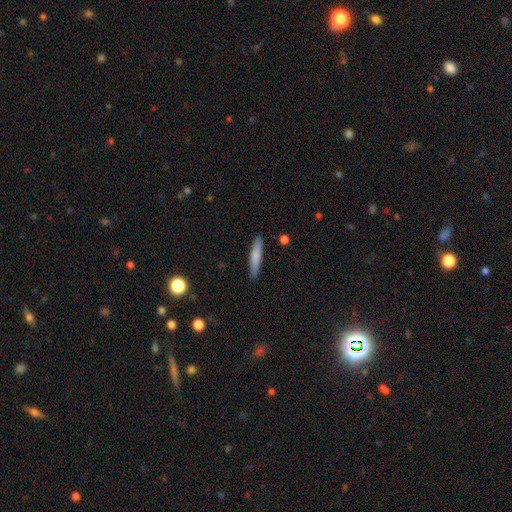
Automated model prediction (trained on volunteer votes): smooth_or_featured: smooth (p=0.71) [alt: featured or disk p=0.23]
how_rounded: cigar-shaped (p=0.91) [alt: in between p=0.08]
merging: none (p=0.88) [alt: minor disturbance p=0.09]